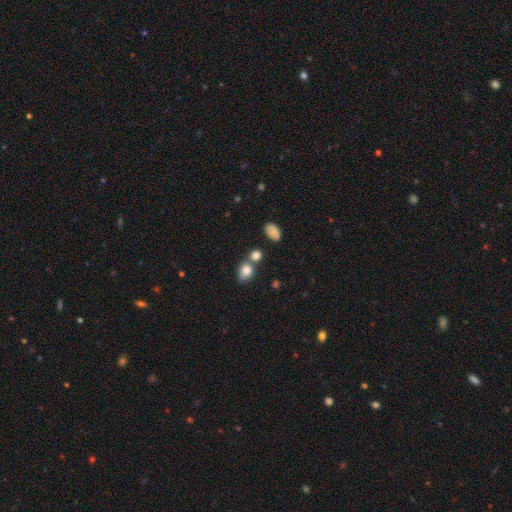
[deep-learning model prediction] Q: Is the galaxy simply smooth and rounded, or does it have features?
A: smooth — 80%.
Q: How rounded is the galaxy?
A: round — 51%.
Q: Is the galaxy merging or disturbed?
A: none — 56%.